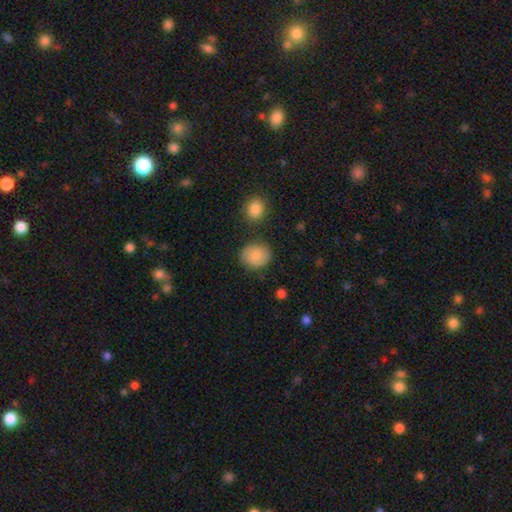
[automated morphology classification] The model was most divided on "how rounded": round: 72%, in between: 27%, cigar-shaped: 1%. More confident: merging — none (80%); smooth or featured — smooth (80%).